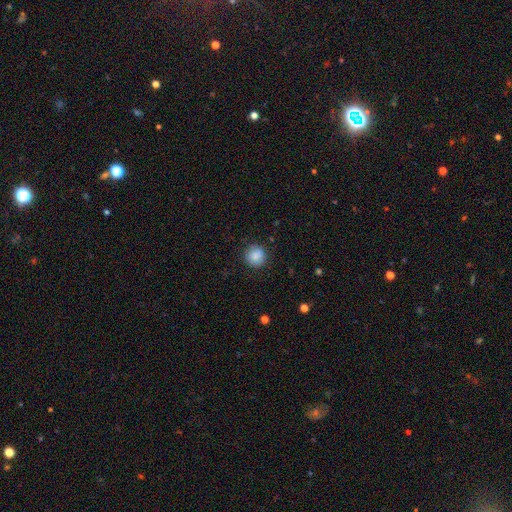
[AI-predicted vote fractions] Smooth or featured?
  - smooth: 87% *
  - star or artifact: 9%
  - featured or disk: 4%
How rounded?
  - round: 93% *
  - in between: 6%
  - cigar-shaped: 1%
Merging?
  - none: 88% *
  - minor disturbance: 8%
  - major disturbance: 3%
  - merger: 1%